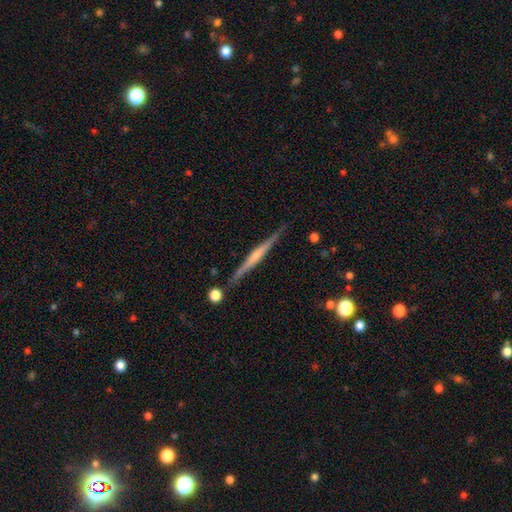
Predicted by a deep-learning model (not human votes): This appears to be a featured or disk galaxy (78%) viewed edge-on (98%) with a rounded central bulge (68%). Merging: none (88%).